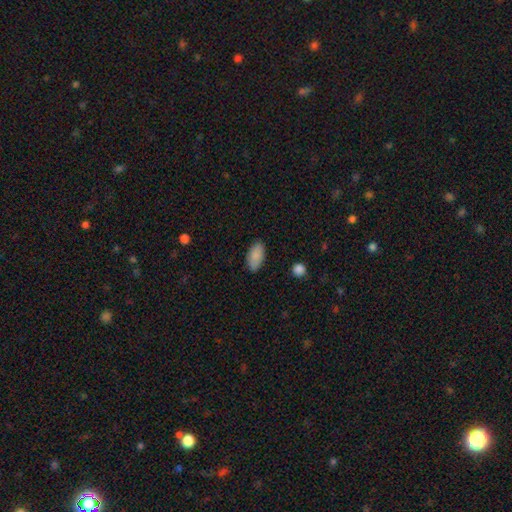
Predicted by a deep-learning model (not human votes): Smooth or featured? Predicted: smooth (p=0.88). How rounded? Predicted: in between (p=0.93). Merging? Predicted: none (p=0.85).